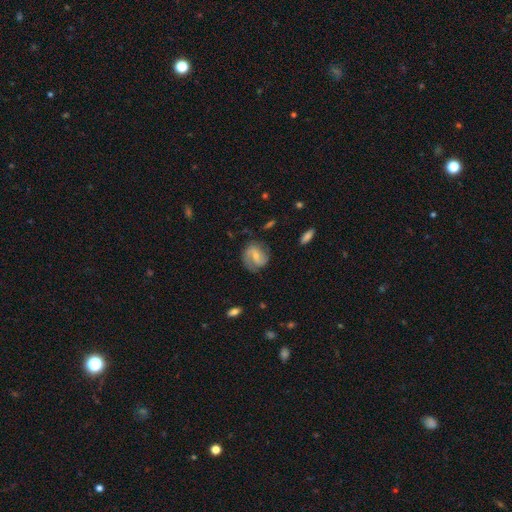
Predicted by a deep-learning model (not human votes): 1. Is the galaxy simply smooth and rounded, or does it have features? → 74% featured or disk, 20% smooth, 6% star or artifact.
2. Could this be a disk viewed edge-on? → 97% no, 3% yes.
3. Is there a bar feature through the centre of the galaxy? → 48% weak, 33% no, 19% strong.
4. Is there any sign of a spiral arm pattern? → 93% yes, 7% no.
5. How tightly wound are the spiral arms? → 47% medium, 30% loose, 24% tight.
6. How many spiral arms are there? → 84% 2, 7% can't tell, 5% 1, 2% 3, 1% 4, 1% more than 4.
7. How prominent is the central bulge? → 57% small, 33% moderate, 7% none, 2% large, 1% dominant.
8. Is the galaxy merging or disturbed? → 73% none, 18% minor disturbance, 7% major disturbance, 2% merger.